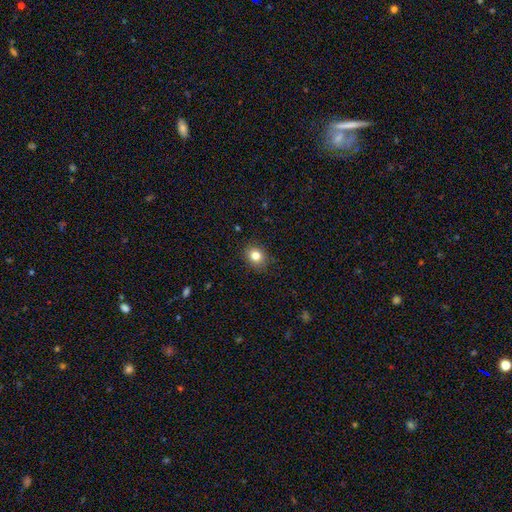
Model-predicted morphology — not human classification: Smooth or featured? smooth (82%)
How rounded? round (56%)
Merging? none (85%)